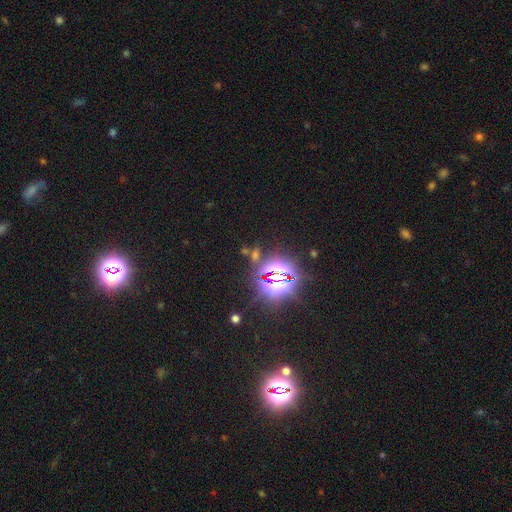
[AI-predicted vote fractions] Smooth or featured? Predicted: star or artifact (p=0.82).